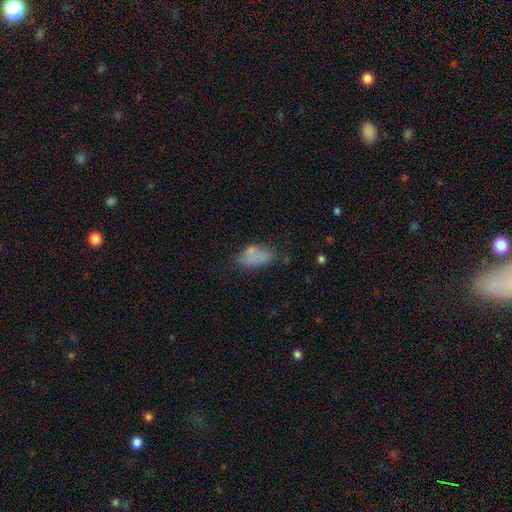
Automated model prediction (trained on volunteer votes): Smooth or featured? Predicted: smooth (p=0.72). How rounded? Predicted: in between (p=0.88). Merging? Predicted: none (p=0.61).